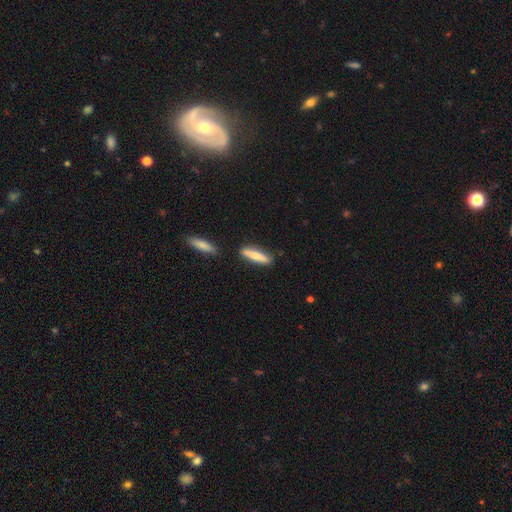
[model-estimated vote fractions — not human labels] smooth 68%, featured or disk 26%, star or artifact 6%. Down the decision tree: how rounded — cigar-shaped (80%); merging — none (82%).